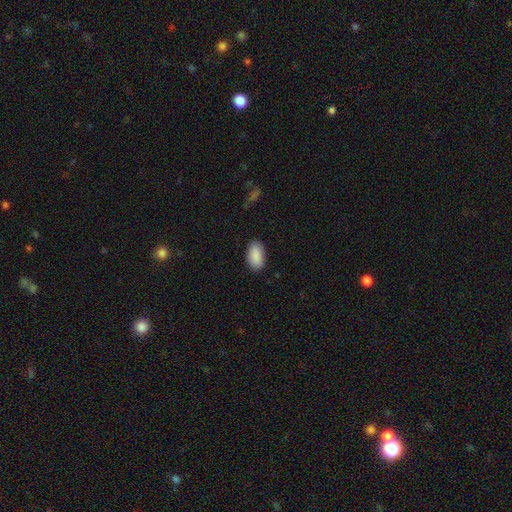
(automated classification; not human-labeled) The model was most divided on "merging": none: 87%, minor disturbance: 9%, major disturbance: 2%, merger: 1%. More confident: how rounded — in between (95%); smooth or featured — smooth (90%).